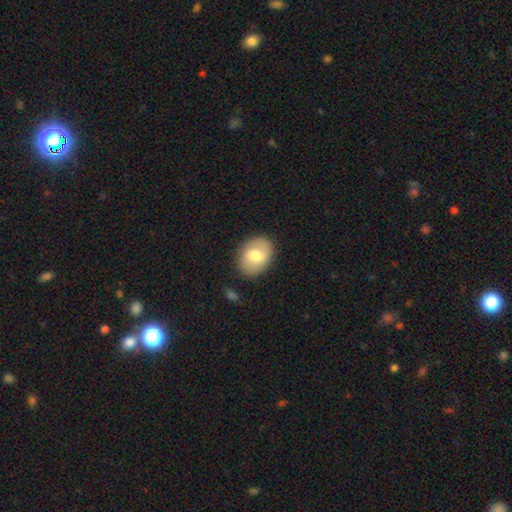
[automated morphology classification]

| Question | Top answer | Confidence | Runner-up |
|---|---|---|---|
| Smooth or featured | smooth | 66% | featured or disk (27%) |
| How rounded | in between | 68% | round (31%) |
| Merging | none | 82% | minor disturbance (12%) |